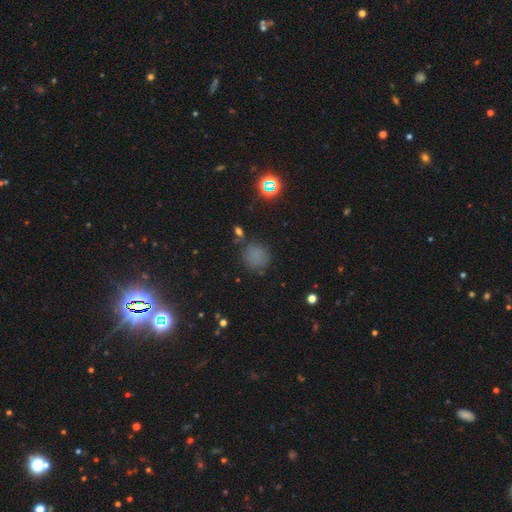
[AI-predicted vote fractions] Smooth or featured?
  - smooth: 71% *
  - star or artifact: 22%
  - featured or disk: 6%
How rounded?
  - round: 86% *
  - in between: 13%
  - cigar-shaped: 1%
Merging?
  - none: 76% *
  - minor disturbance: 15%
  - major disturbance: 5%
  - merger: 4%